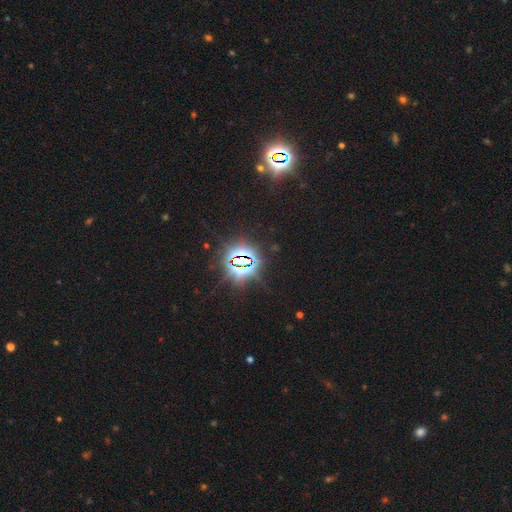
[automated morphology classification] The model was most divided on "smooth or featured": star or artifact: 85%, smooth: 9%, featured or disk: 6%.